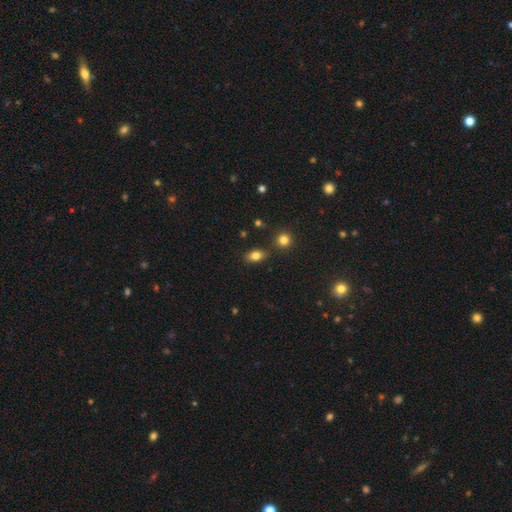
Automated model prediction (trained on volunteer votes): Smooth or featured? Predicted: smooth (p=0.81). How rounded? Predicted: in between (p=0.81). Merging? Predicted: none (p=0.79).